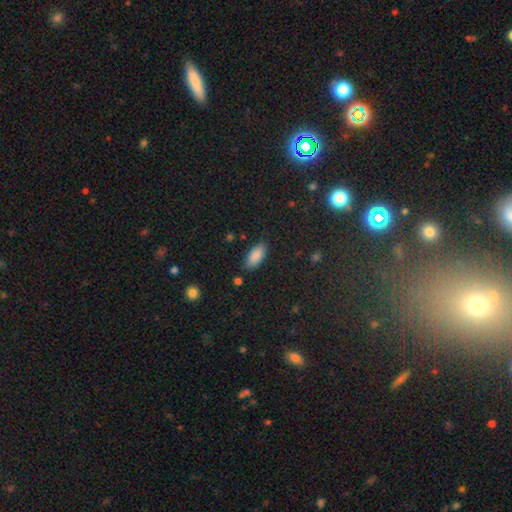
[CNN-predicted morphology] smooth-or-featured: smooth: 87% | star or artifact: 8% | featured or disk: 5%
  how-rounded: in between: 90% | cigar-shaped: 8% | round: 2%
  merging: none: 82% | minor disturbance: 13% | major disturbance: 3% | merger: 2%